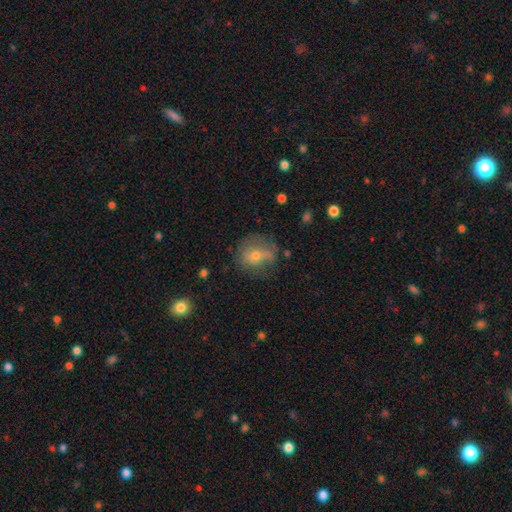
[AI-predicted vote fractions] Smooth or featured?
  - smooth: 54% *
  - featured or disk: 34%
  - star or artifact: 12%
How rounded?
  - round: 59% *
  - in between: 39%
  - cigar-shaped: 2%
Merging?
  - none: 58% *
  - minor disturbance: 25%
  - major disturbance: 15%
  - merger: 2%